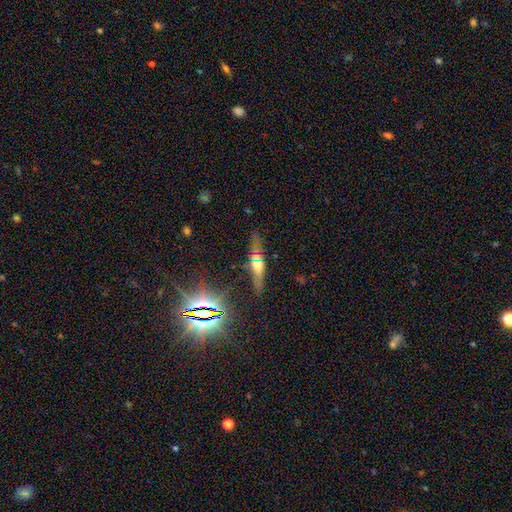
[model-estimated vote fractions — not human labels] Smooth or featured: featured or disk — 41% (smooth — 36%)
Merging: none — 77% (minor disturbance — 13%)